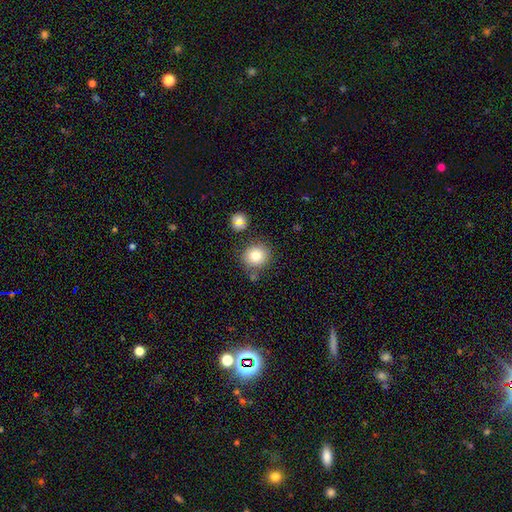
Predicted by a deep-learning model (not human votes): Smooth or featured? Predicted: smooth (p=0.81). How rounded? Predicted: round (p=0.85). Merging? Predicted: none (p=0.77).